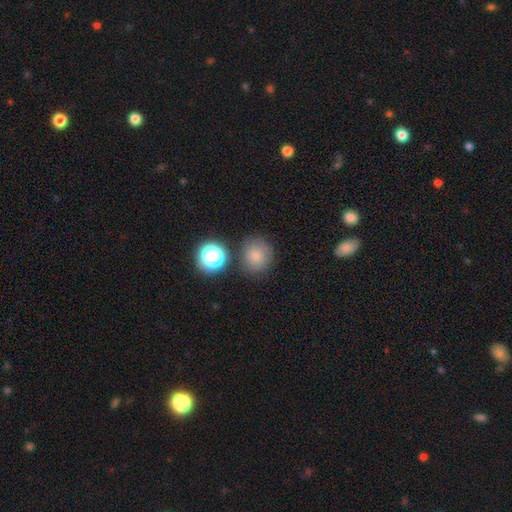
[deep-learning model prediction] The model was most divided on "merging": none: 76%, minor disturbance: 12%, merger: 8%, major disturbance: 4%. More confident: how rounded — round (86%); smooth or featured — smooth (78%).